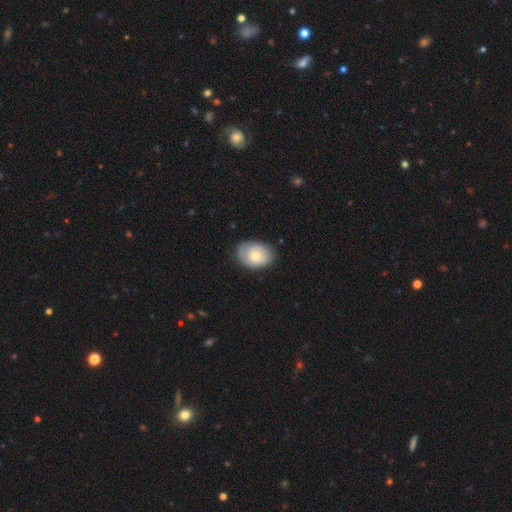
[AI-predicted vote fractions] smooth-or-featured: smooth: 53% | featured or disk: 41% | star or artifact: 6%
  how-rounded: in between: 67% | round: 32% | cigar-shaped: 1%
  merging: none: 73% | minor disturbance: 21% | major disturbance: 5% | merger: 1%